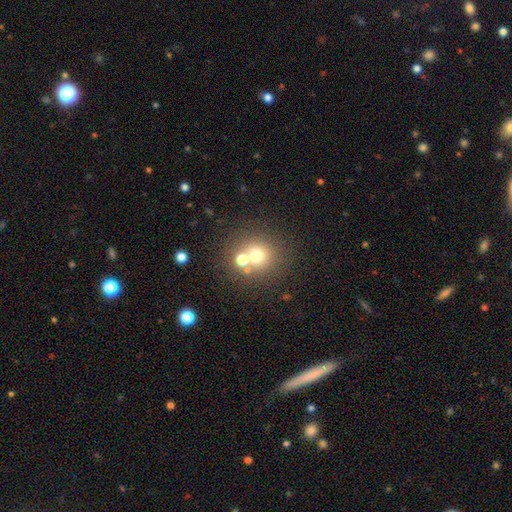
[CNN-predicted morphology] This appears to be a smooth galaxy with no disk features (67%) that is round (89%). Merging: none (57%).